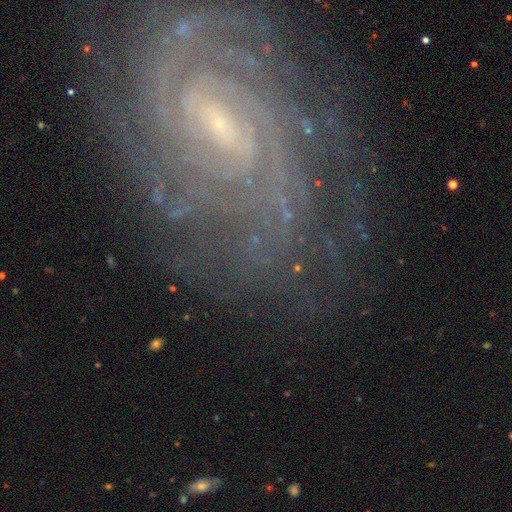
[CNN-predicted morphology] Q: Smooth or featured?
A: featured or disk (85%); runner-up: star or artifact (9%)
Q: Edge-on disk?
A: no (96%); runner-up: yes (4%)
Q: Bar?
A: weak (42%); runner-up: strong (31%)
Q: Spiral arms?
A: yes (95%); runner-up: no (5%)
Q: Spiral winding?
A: tight (74%); runner-up: medium (21%)
Q: Spiral arm count?
A: can't tell (32%); runner-up: 2 (20%)
Q: Bulge size?
A: small (78%); runner-up: moderate (12%)
Q: Merging?
A: none (71%); runner-up: minor disturbance (15%)